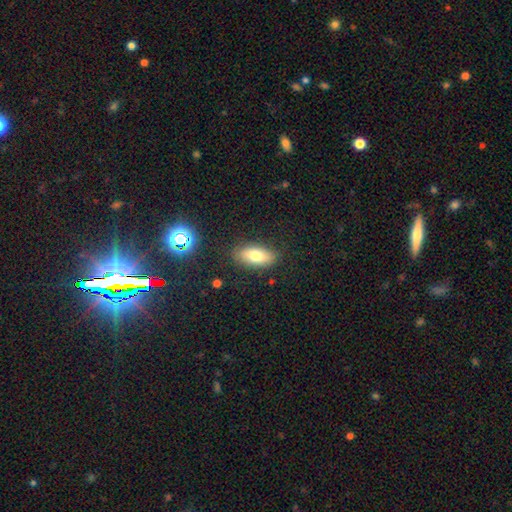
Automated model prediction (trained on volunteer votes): A smooth galaxy with no disk features (75%) that is in between round and cigar-shaped (88%). Merging: none (83%).